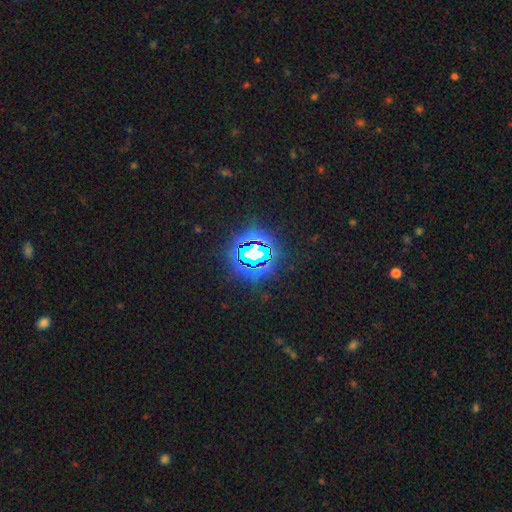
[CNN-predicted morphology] smooth-or-featured: star or artifact: 77% | smooth: 12% | featured or disk: 10%